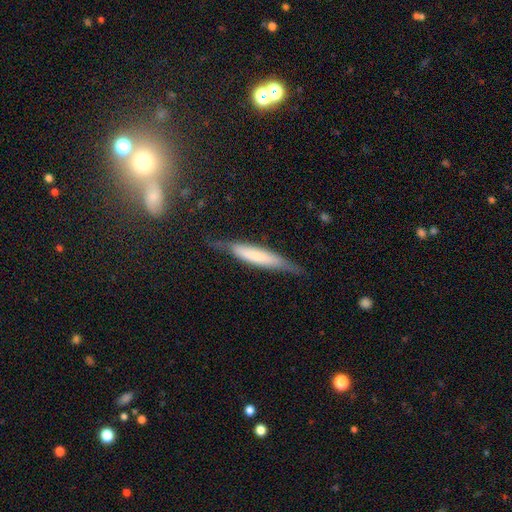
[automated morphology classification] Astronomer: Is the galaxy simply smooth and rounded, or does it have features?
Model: smooth — 55% (runner-up: featured or disk, 38%).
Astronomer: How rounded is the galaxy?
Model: cigar-shaped — 86%.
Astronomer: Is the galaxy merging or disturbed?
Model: none — 69%.